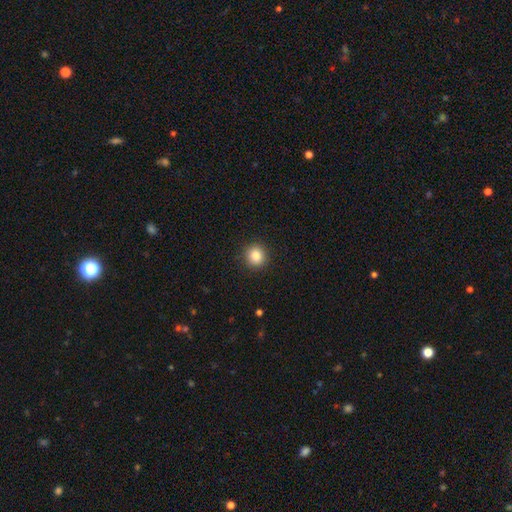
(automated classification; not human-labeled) The model was most divided on "smooth or featured": smooth: 85%, star or artifact: 10%, featured or disk: 5%. More confident: how rounded — round (92%); merging — none (91%).